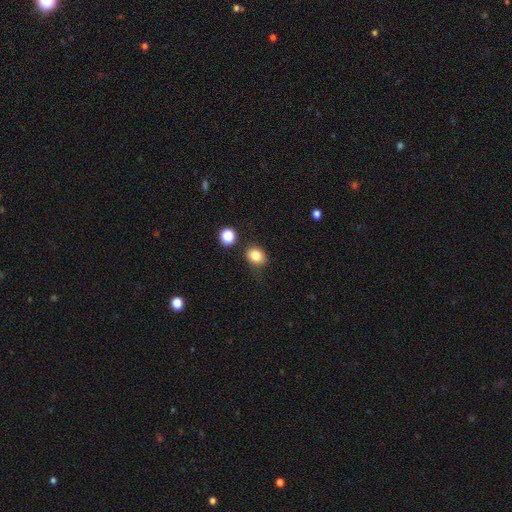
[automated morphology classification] This appears to be a smooth galaxy with no disk features (83%) that is round (53%). Merging: none (78%).